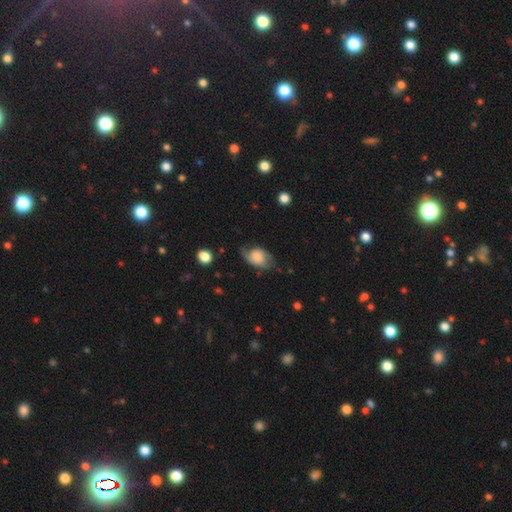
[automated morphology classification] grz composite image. It shows a featured or disk galaxy (61%) with no bar (65%), 2 (80%) medium (43%) spiral arms (89%) and a large central bulge (32%). Merging: none (58%).